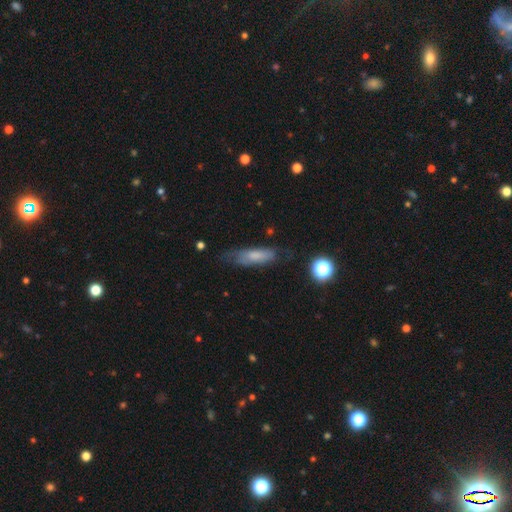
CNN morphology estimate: Q: Smooth or featured?
A: smooth (65%); runner-up: featured or disk (25%)
Q: How rounded?
A: cigar-shaped (51%); runner-up: in between (47%)
Q: Merging?
A: none (55%); runner-up: minor disturbance (30%)